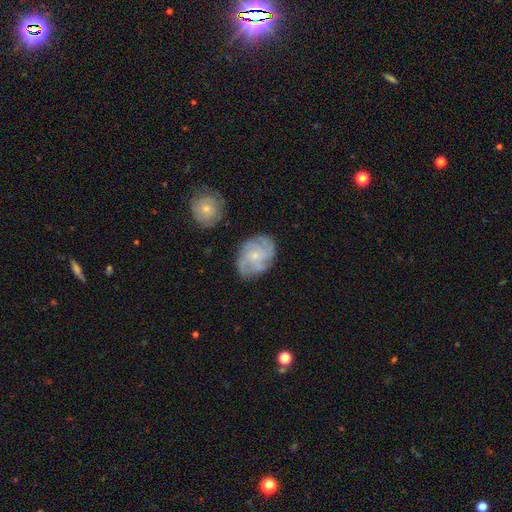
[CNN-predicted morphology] type=featured or disk (72%); edge-on=no (97%); bar=no (75%); spiral arms=yes (90%); winding=tight (47%); arm count=can't tell (33%); bulge=small (71%); merging=none (74%).